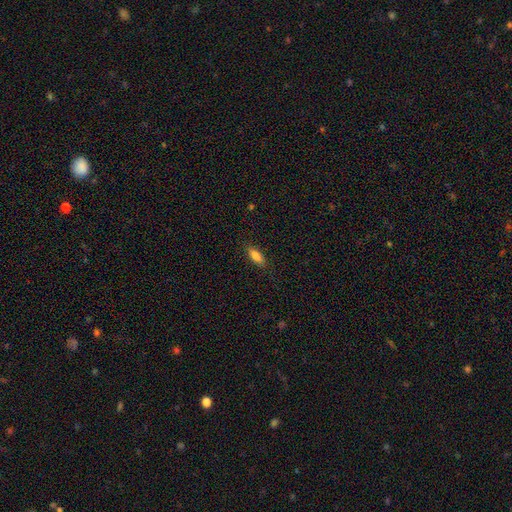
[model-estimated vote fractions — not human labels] Q: Smooth or featured?
A: smooth (83%); runner-up: featured or disk (10%)
Q: How rounded?
A: in between (66%); runner-up: cigar-shaped (32%)
Q: Merging?
A: none (85%); runner-up: minor disturbance (11%)